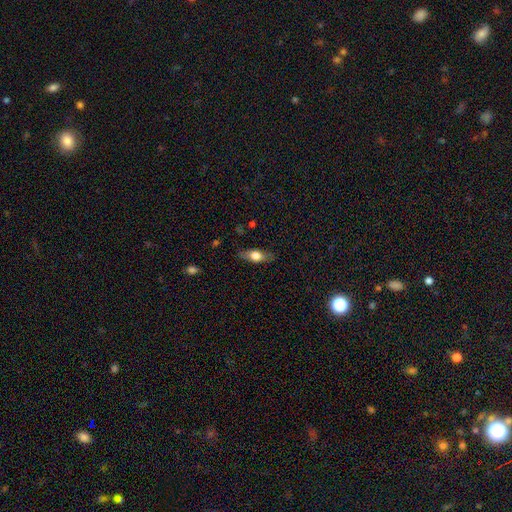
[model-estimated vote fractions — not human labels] Q: Smooth or featured?
A: smooth (66%); runner-up: featured or disk (27%)
Q: How rounded?
A: in between (75%); runner-up: cigar-shaped (19%)
Q: Merging?
A: none (79%); runner-up: minor disturbance (16%)